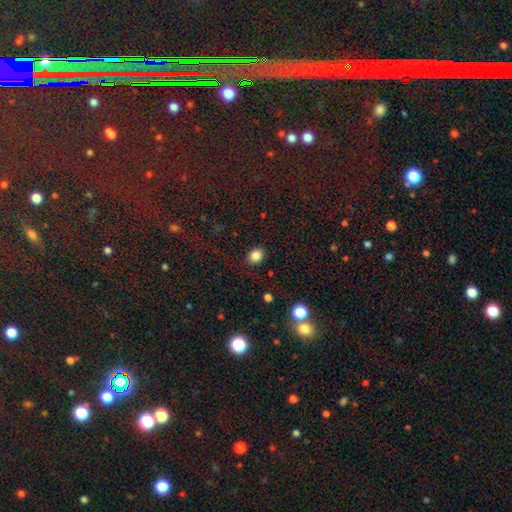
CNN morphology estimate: Smooth or featured?
  - smooth: 85% *
  - star or artifact: 11%
  - featured or disk: 4%
How rounded?
  - round: 65% *
  - in between: 34%
  - cigar-shaped: 1%
Merging?
  - none: 87% *
  - minor disturbance: 9%
  - major disturbance: 3%
  - merger: 1%